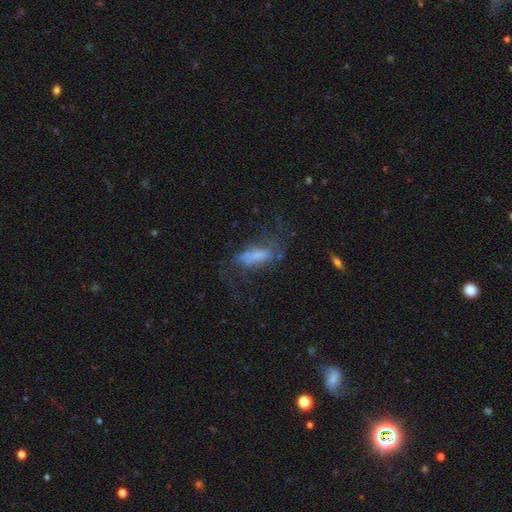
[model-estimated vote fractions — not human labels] Smooth or featured? smooth (45%)
Merging? major disturbance (39%)